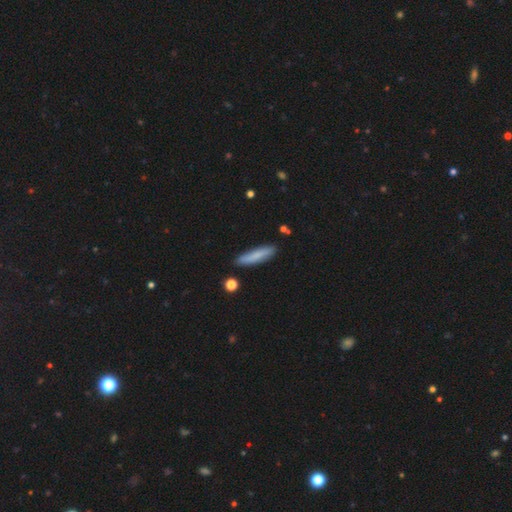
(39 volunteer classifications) Overall: smooth (67%). How rounded: cigar-shaped (85%). Merging: none (74%).